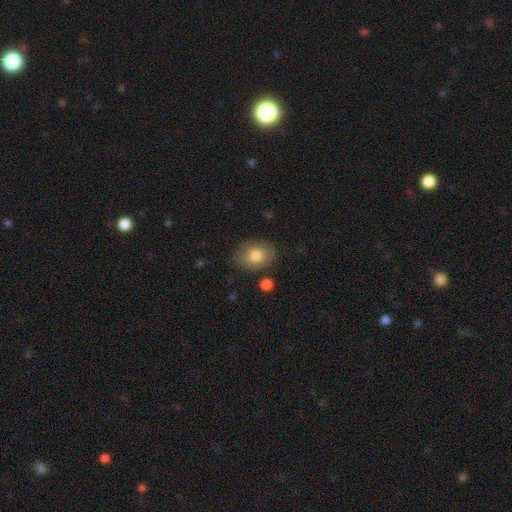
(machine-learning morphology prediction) Smooth or featured? Predicted: smooth (p=0.81). How rounded? Predicted: in between (p=0.64). Merging? Predicted: none (p=0.82).